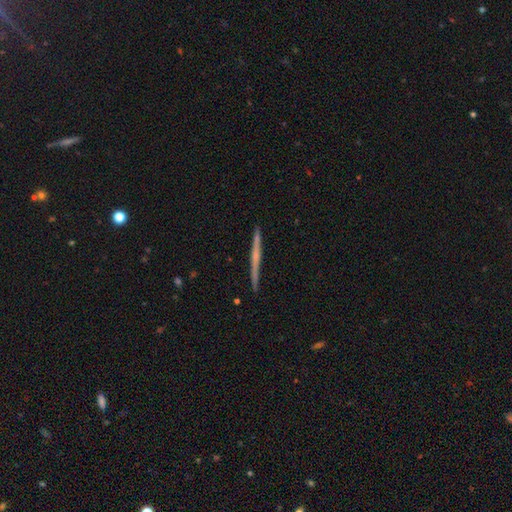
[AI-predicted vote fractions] This is likely a featured or disk galaxy (62%). It is clearly viewed edge-on (98%). Edge-on bulge: likely none (73%). Merging: clearly none (91%).